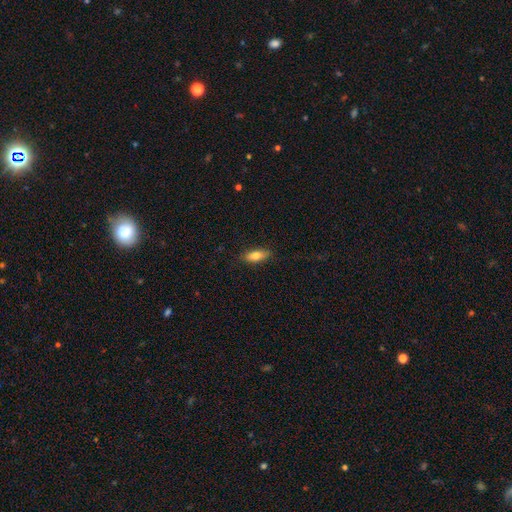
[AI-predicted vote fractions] Smooth or featured? Predicted: smooth (p=0.76). How rounded? Predicted: in between (p=0.69). Merging? Predicted: none (p=0.86).